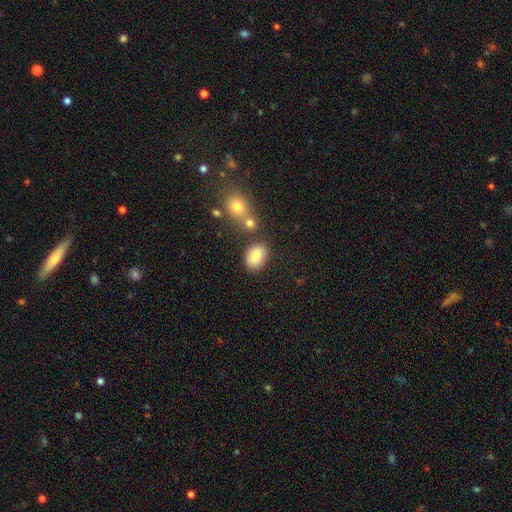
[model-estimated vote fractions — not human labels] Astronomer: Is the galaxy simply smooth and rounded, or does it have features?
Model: smooth — 82%.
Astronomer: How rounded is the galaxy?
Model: in between — 74%.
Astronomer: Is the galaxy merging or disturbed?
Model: none — 77%.